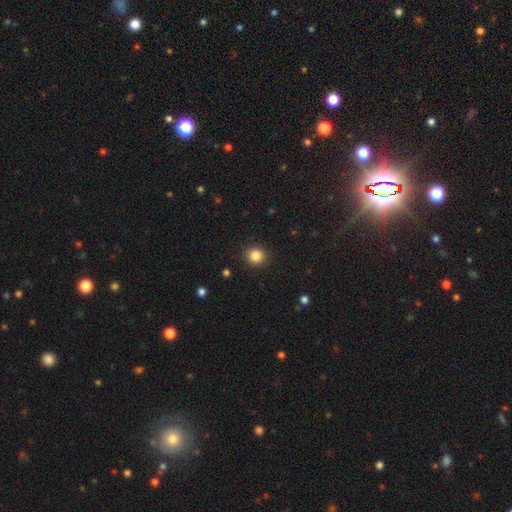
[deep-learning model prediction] The model was most divided on "smooth or featured": smooth: 85%, star or artifact: 11%, featured or disk: 4%. More confident: how rounded — round (92%); merging — none (91%).